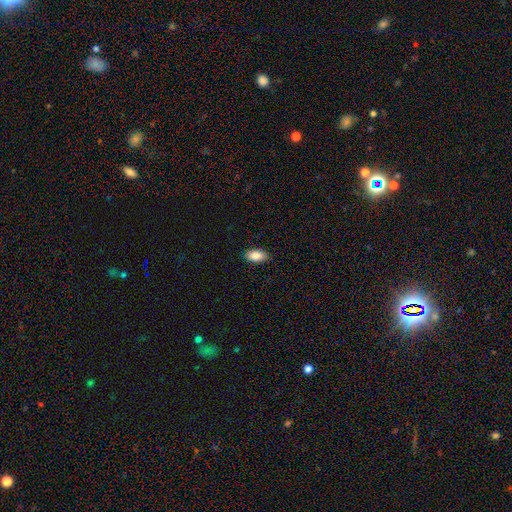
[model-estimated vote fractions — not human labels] Morphology: type=smooth (89%); roundness=in between (94%); merging=none (89%).